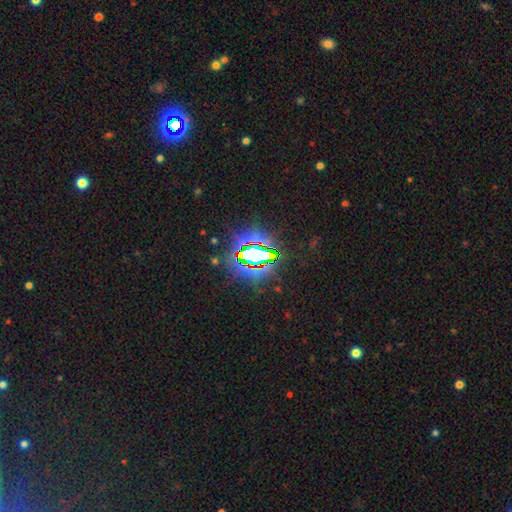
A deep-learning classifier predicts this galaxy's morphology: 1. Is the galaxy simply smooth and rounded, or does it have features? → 76% star or artifact, 14% smooth, 10% featured or disk.